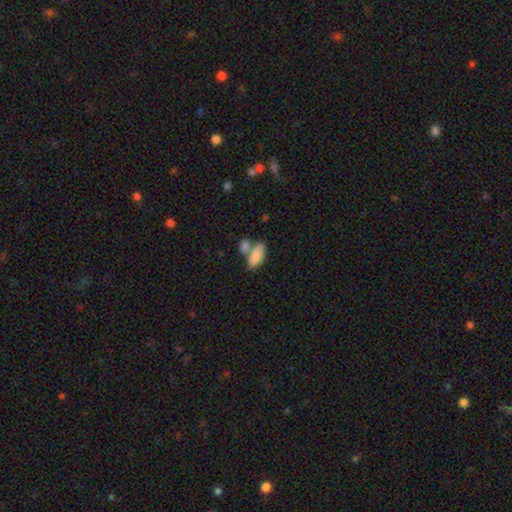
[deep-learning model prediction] Smooth or featured? Predicted: smooth (p=0.84). How rounded? Predicted: in between (p=0.87). Merging? Predicted: merger (p=0.43).